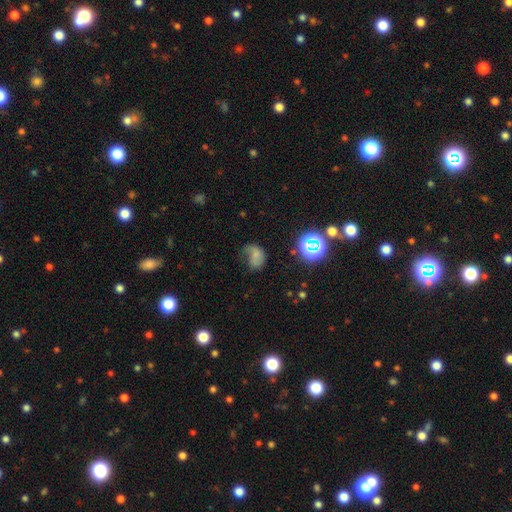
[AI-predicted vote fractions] smooth-or-featured: smooth: 56% | featured or disk: 24% | star or artifact: 20%
  how-rounded: in between: 65% | round: 33% | cigar-shaped: 1%
  merging: major disturbance: 37% | none: 29% | minor disturbance: 27% | merger: 6%